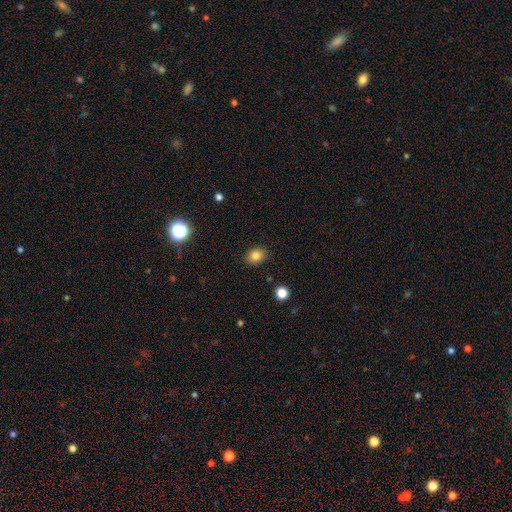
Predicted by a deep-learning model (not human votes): The model was most divided on "how rounded": in between: 51%, round: 48%, cigar-shaped: 1%. More confident: merging — none (86%); smooth or featured — smooth (83%).